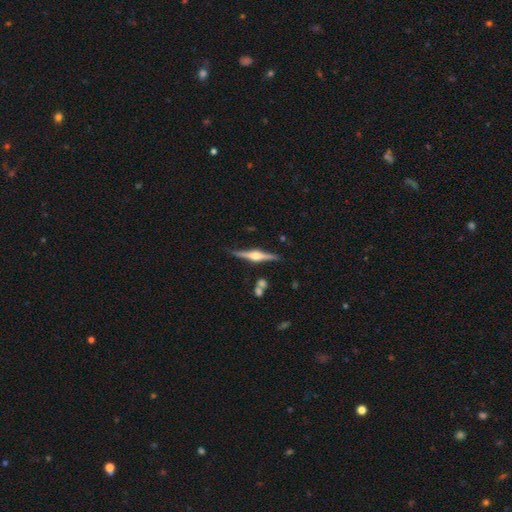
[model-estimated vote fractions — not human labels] Smooth or featured: featured or disk — 83% (smooth — 12%)
Edge-on disk: yes — 98% (no — 2%)
Edge-on bulge: rounded — 94% (boxy — 4%)
Merging: none — 83% (minor disturbance — 10%)